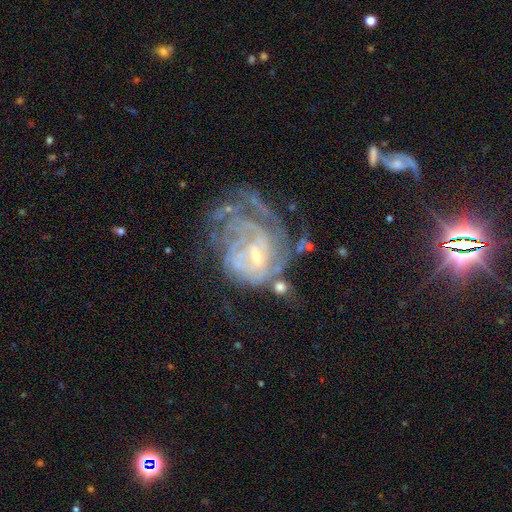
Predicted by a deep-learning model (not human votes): Smooth or featured? Predicted: featured or disk (p=0.81). Edge-on disk? Predicted: no (p=0.97). Bar? Predicted: no (p=0.49). Spiral arms? Predicted: yes (p=0.83). Spiral winding? Predicted: tight (p=0.61). Spiral arm count? Predicted: can't tell (p=0.53). Bulge size? Predicted: small (p=0.65). Merging? Predicted: major disturbance (p=0.39).